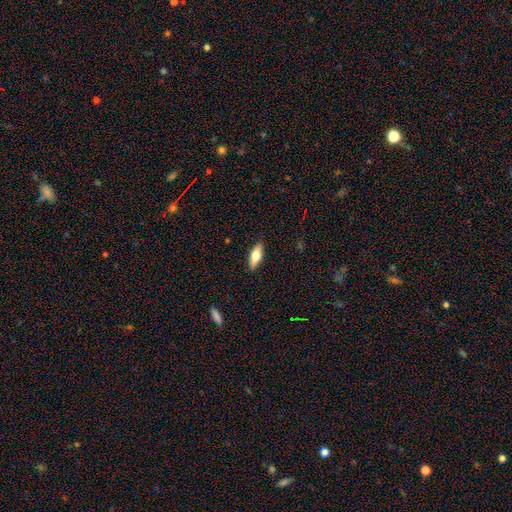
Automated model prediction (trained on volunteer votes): smooth_or_featured: smooth (p=0.62) [alt: featured or disk p=0.31]
how_rounded: in between (p=0.63) [alt: cigar-shaped p=0.35]
merging: none (p=0.89) [alt: minor disturbance p=0.08]